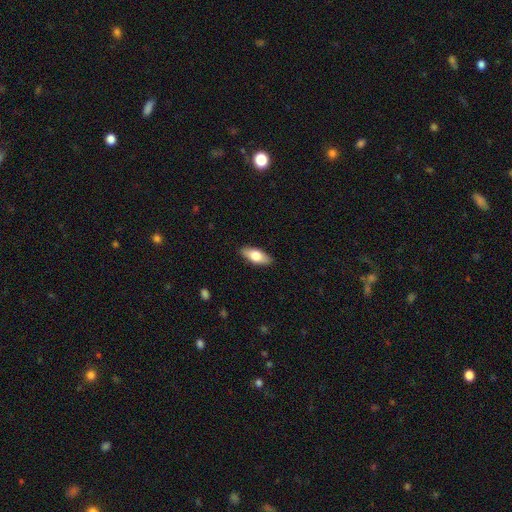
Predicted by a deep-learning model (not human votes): The model was most divided on "smooth or featured": smooth: 71%, featured or disk: 23%, star or artifact: 6%. More confident: merging — none (89%); how rounded — in between (80%).